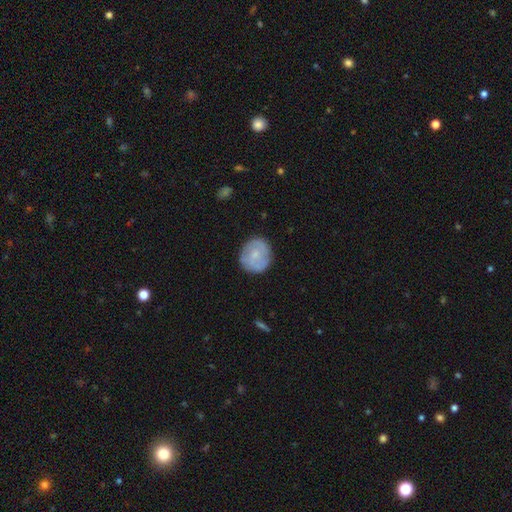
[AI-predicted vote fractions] This appears to be a smooth galaxy with no disk features (52%) that is round (81%). Merging: none (81%).